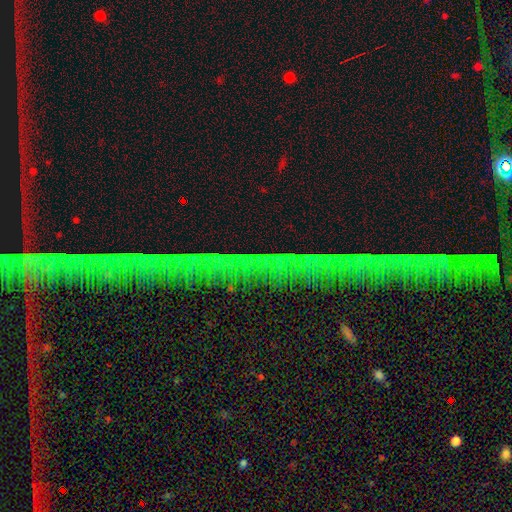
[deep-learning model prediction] This appears to be a star or artifact, not a galaxy (79%).